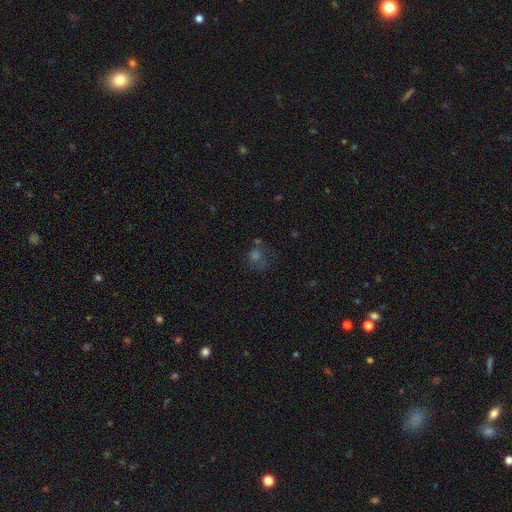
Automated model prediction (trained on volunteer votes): Smooth or featured? smooth (46%)
Merging? none (56%)